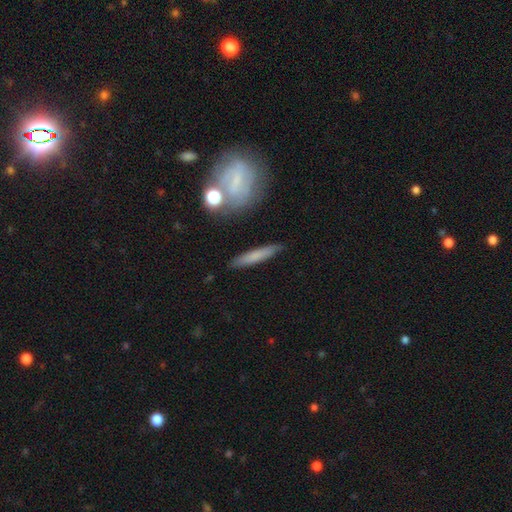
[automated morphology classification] Overall: smooth (67%). How rounded: cigar-shaped (89%). Merging: none (84%).